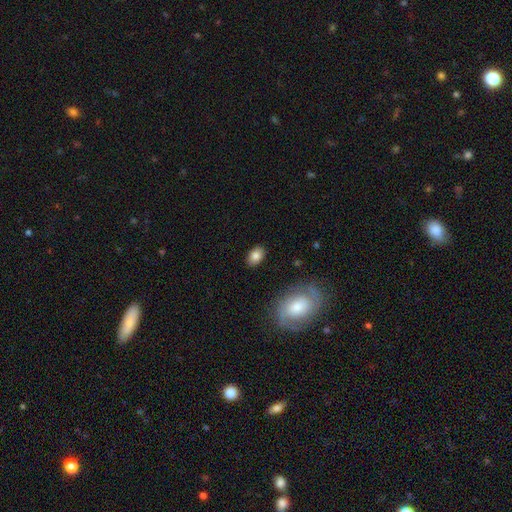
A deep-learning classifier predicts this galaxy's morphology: A smooth galaxy with no disk features (82%) that is in between round and cigar-shaped (86%).

Vote fractions:
- Smooth or featured? smooth: 82% / featured or disk: 9% / star or artifact: 8%
- How rounded? in between: 86% / round: 13% / cigar-shaped: 1%
- Merging? none: 87% / minor disturbance: 9% / major disturbance: 3% / merger: 2%